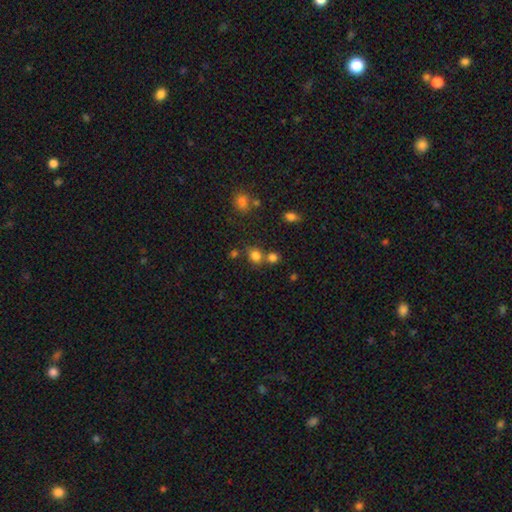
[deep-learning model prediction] This is likely a smooth galaxy (78%). How rounded: likely round (78%). Merging: likely none (60%).